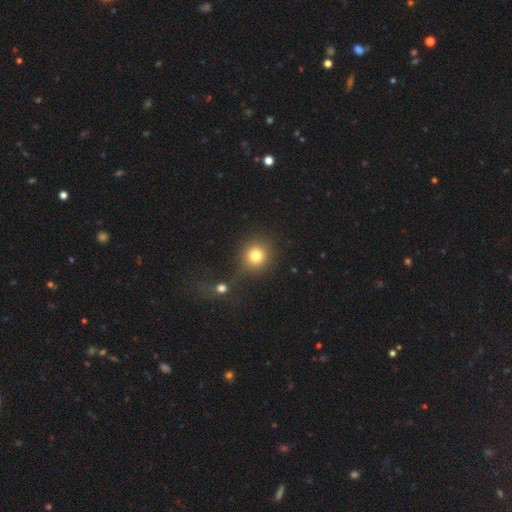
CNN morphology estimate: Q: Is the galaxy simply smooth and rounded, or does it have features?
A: smooth — 79%.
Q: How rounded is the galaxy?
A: round — 88%.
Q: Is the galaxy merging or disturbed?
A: none — 61%.